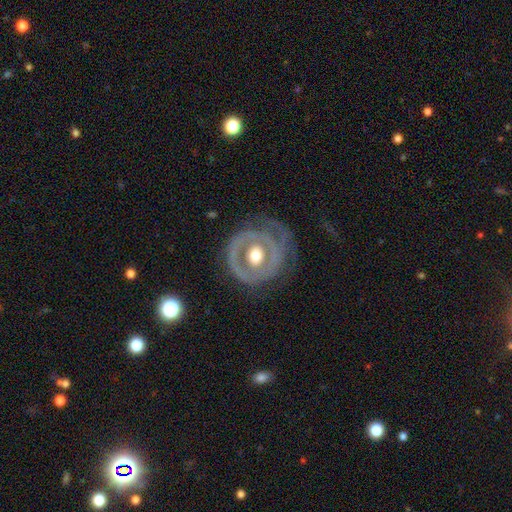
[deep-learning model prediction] This is likely a featured or disk galaxy (76%). It is clearly not viewed edge-on (96%). Bar: likely no (75%). Spiral arm pattern: possibly yes (52%). Central bulge: likely moderate (71%). Merging: possibly none (58%).